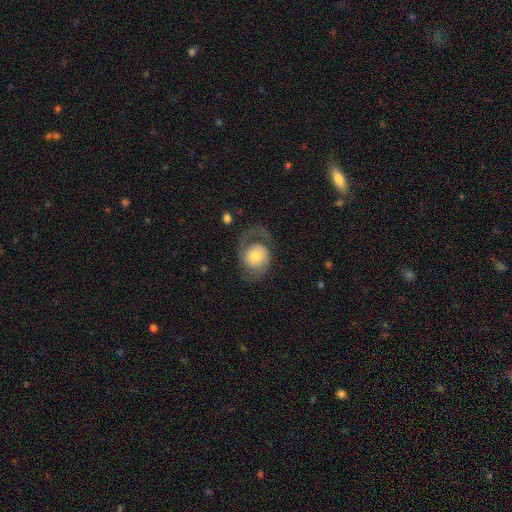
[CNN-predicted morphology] Overall: featured or disk (57%; smooth 36%). Edge-on disk: no (97%). Bar: no (76%). Spiral arms: yes (83%). Bulge size: moderate (49%; small 25%). Merging: none (48%; major disturbance 30%).